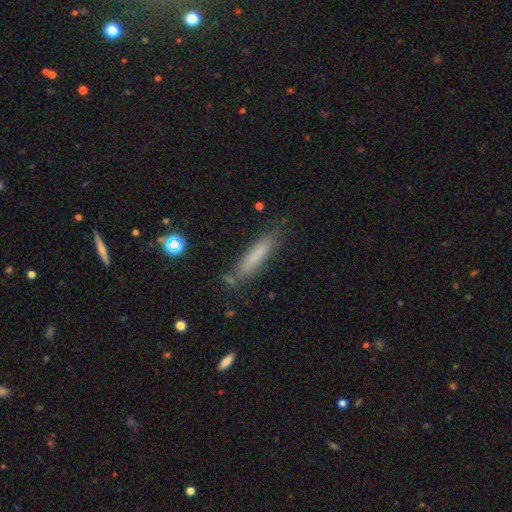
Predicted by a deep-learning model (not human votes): smooth_or_featured: smooth (p=0.73) [alt: featured or disk p=0.18]
how_rounded: cigar-shaped (p=0.84) [alt: in between p=0.14]
merging: none (p=0.75) [alt: minor disturbance p=0.17]